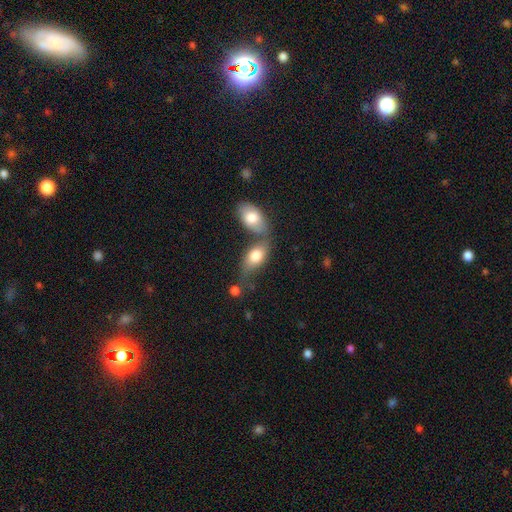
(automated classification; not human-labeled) Smooth or featured: smooth — 75% (featured or disk — 18%)
How rounded: in between — 90% (round — 7%)
Merging: merger — 42% (none — 37%)